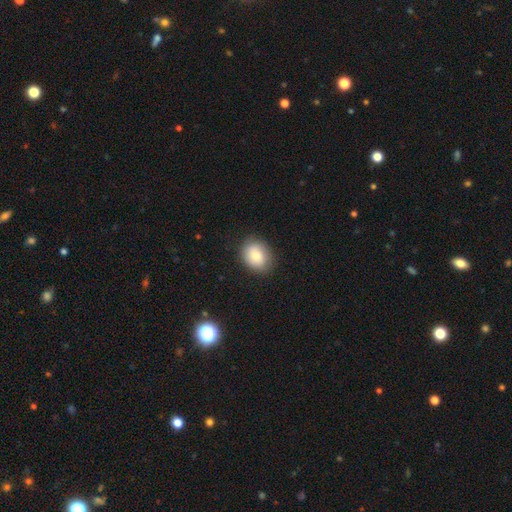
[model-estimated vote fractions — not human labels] Smooth or featured? Predicted: smooth (p=0.81). How rounded? Predicted: round (p=0.51). Merging? Predicted: none (p=0.85).